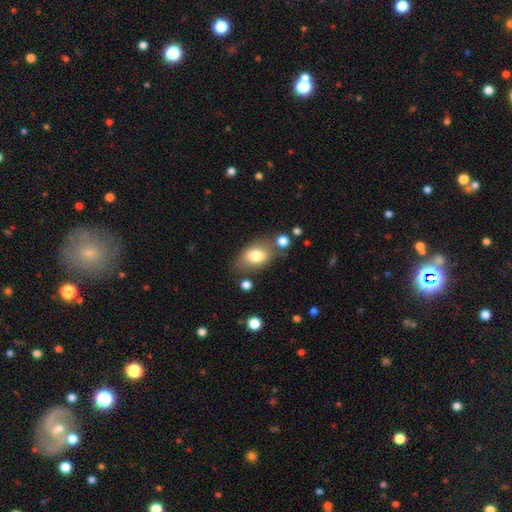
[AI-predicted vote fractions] Morphology: type=smooth (77%); roundness=in between (85%); merging=none (66%).